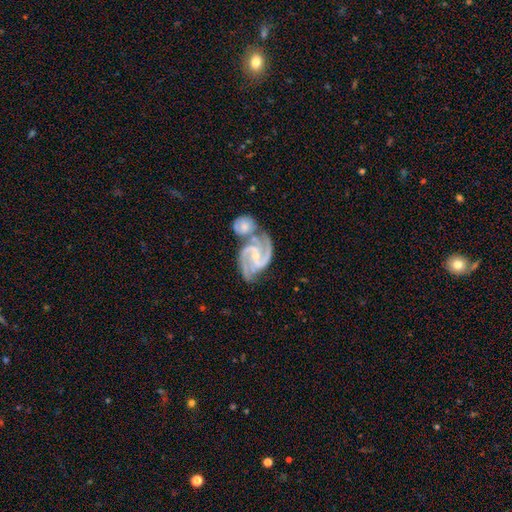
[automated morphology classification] featured or disk 93%, star or artifact 4%, smooth 3%. Down the decision tree: edge-on disk — no (98%); bar — weak (42%); spiral arms — yes (99%); spiral arm count — 2 (83%); spiral winding — medium (60%); bulge size — small (70%); merging — merger (42%).